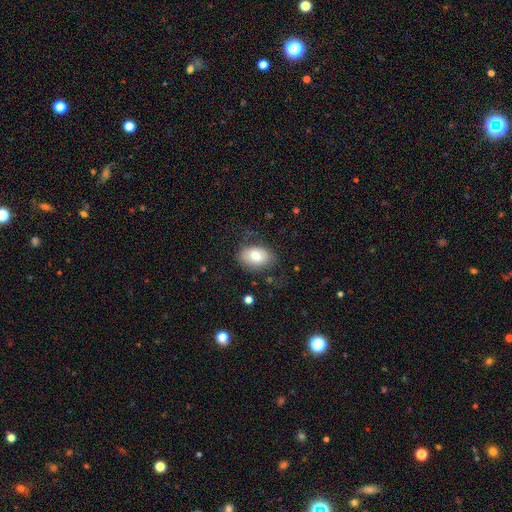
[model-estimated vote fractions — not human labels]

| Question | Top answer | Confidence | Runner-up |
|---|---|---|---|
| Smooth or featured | smooth | 75% | featured or disk (18%) |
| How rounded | in between | 82% | round (16%) |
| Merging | none | 67% | minor disturbance (20%) |